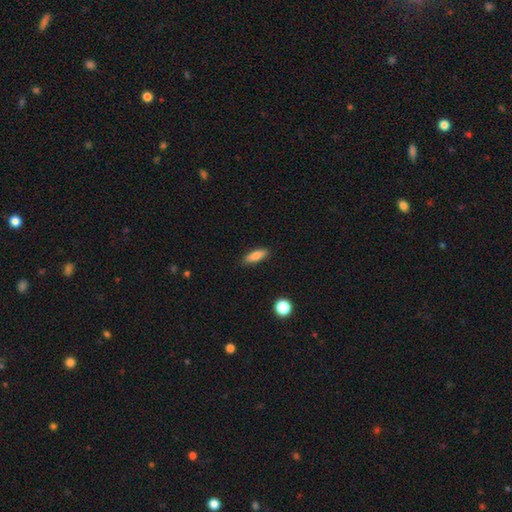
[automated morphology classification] A smooth galaxy with no disk features (83%) that is in between round and cigar-shaped (56%).

Vote fractions:
- Smooth or featured? smooth: 83% / featured or disk: 10% / star or artifact: 7%
- How rounded? in between: 56% / cigar-shaped: 41% / round: 3%
- Merging? none: 88% / minor disturbance: 9% / major disturbance: 2% / merger: 1%